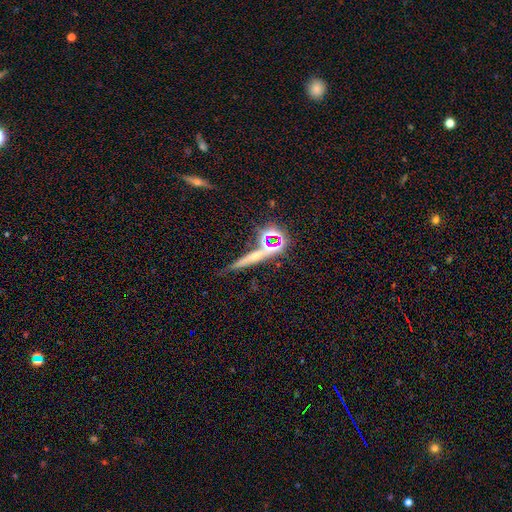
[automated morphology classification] smooth-or-featured: featured or disk: 35% | star or artifact: 33% | smooth: 32%
  merging: none: 60% | merger: 21% | minor disturbance: 12% | major disturbance: 7%